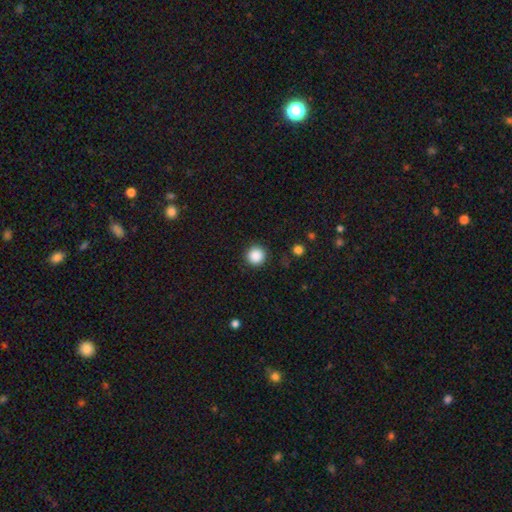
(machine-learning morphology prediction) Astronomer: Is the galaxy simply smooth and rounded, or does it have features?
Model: smooth — 88%.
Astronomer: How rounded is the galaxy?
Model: round — 95%.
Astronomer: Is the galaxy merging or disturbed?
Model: none — 90%.